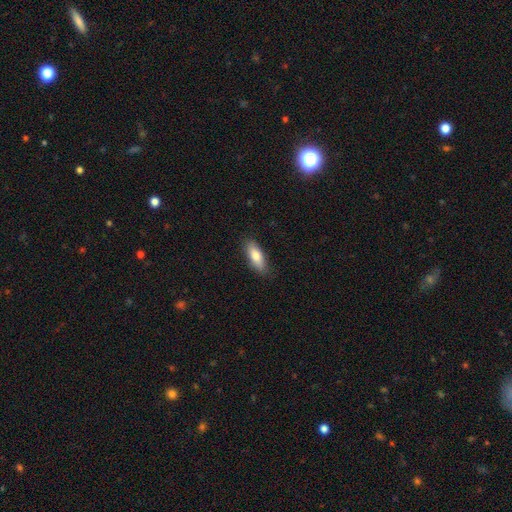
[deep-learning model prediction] Overall: smooth (79%). How rounded: in between (66%; cigar-shaped 32%). Merging: none (86%).